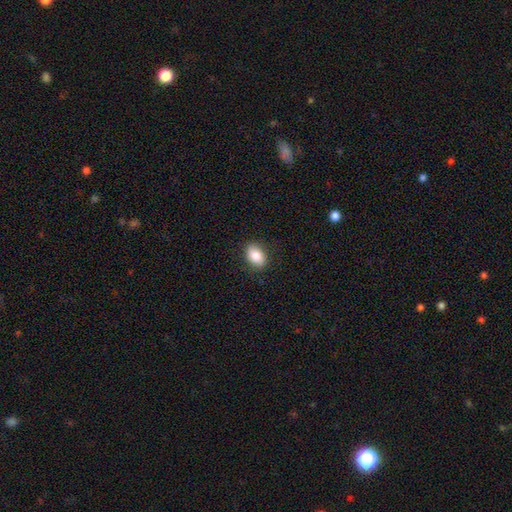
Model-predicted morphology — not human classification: This appears to be a smooth galaxy with no disk features (83%) that is in between round and cigar-shaped (83%). Merging: none (86%).